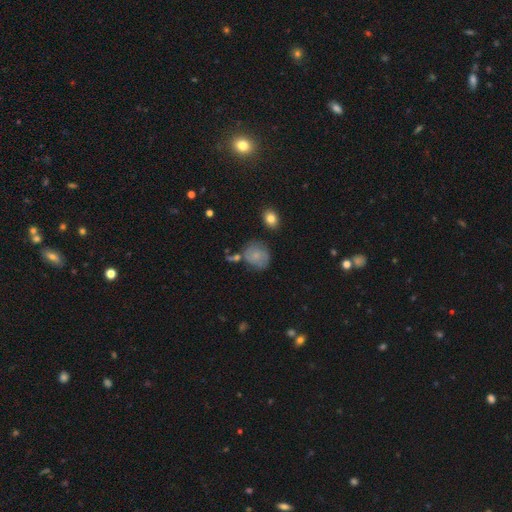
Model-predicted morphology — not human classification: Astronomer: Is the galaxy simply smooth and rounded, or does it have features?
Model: smooth — 63%.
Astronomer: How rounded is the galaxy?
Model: round — 72%.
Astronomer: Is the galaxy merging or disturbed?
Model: none — 59%.